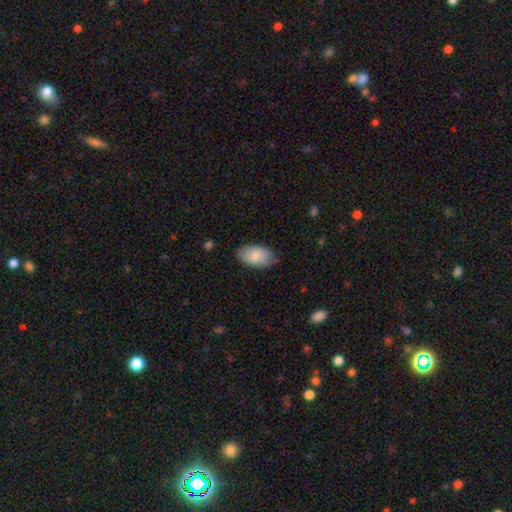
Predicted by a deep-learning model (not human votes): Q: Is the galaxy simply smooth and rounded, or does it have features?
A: smooth — 86%.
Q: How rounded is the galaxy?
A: in between — 95%.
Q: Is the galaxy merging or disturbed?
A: none — 82%.